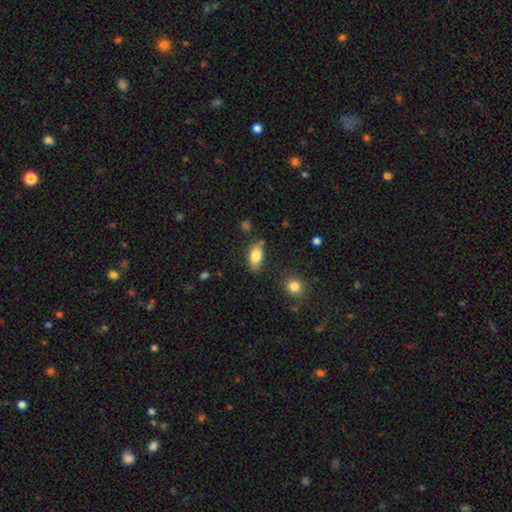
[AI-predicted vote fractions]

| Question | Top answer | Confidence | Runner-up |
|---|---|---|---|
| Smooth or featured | smooth | 82% | featured or disk (11%) |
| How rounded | in between | 90% | cigar-shaped (6%) |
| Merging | none | 75% | minor disturbance (16%) |